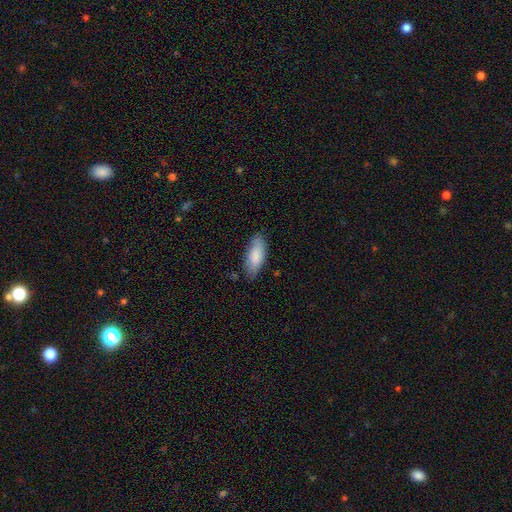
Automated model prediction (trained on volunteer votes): Morphology: type=smooth (83%); roundness=in between (77%); merging=none (77%).